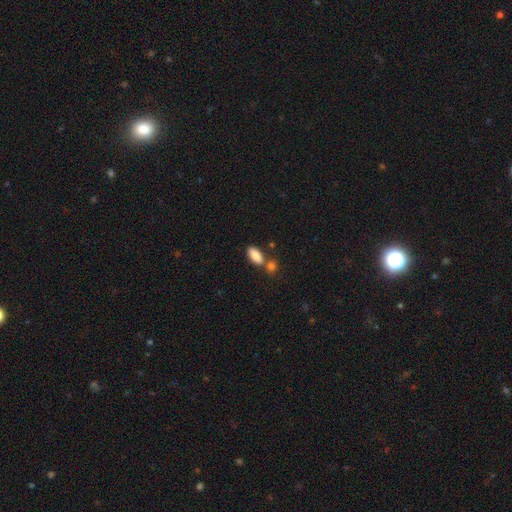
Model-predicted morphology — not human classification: Overall: smooth (87%). How rounded: in between (89%). Merging: none (57%; merger 28%).